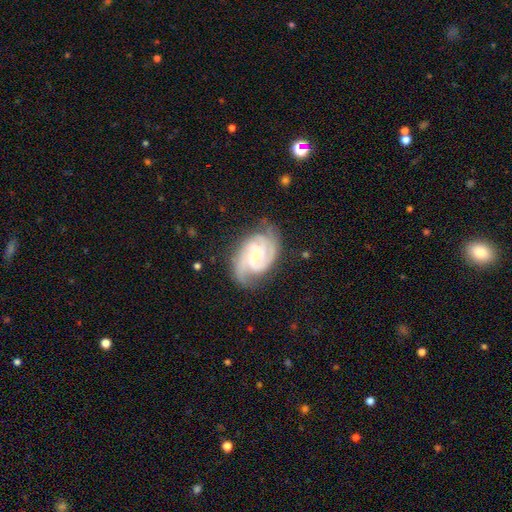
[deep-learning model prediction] Overall: featured or disk (90%). Edge-on disk: no (98%). Bar: no (55%; weak 36%). Spiral arms: yes (98%). Spiral arm count: 3 (41%; 2 33%). Spiral winding: tight (59%; medium 36%). Bulge size: small (63%; moderate 30%). Merging: none (75%).